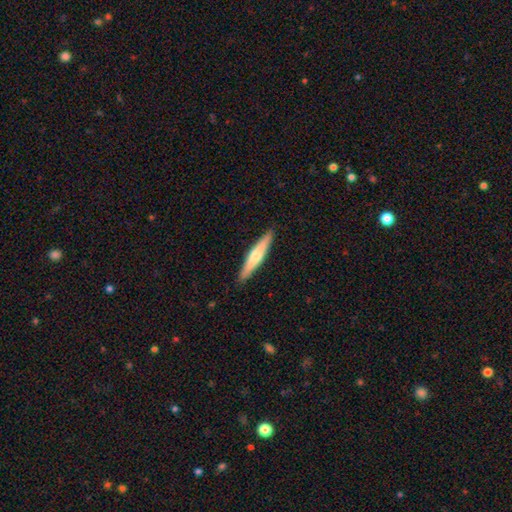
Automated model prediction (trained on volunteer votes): A smooth galaxy with no disk features (53%) that is cigar-shaped (91%). Merging: none (91%).